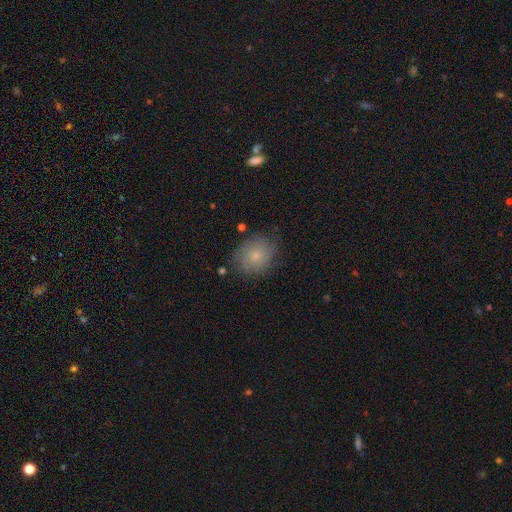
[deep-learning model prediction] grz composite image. It shows a smooth galaxy with no disk features (65%) that is round (66%). Merging: none (73%).